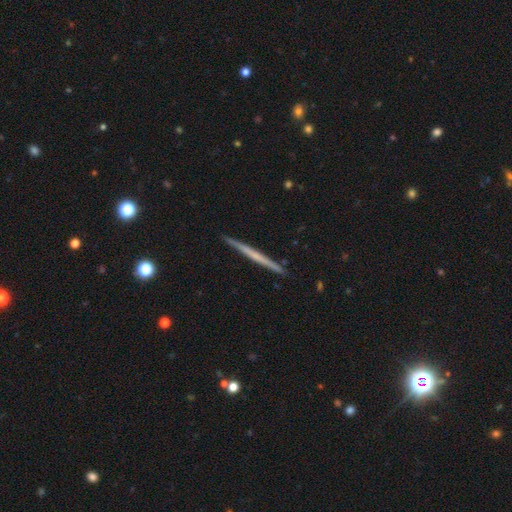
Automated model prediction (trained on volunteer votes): Smooth or featured: featured or disk — 59% (smooth — 36%)
Edge-on disk: yes — 98% (no — 2%)
Edge-on bulge: none — 80% (rounded — 15%)
Merging: none — 92% (minor disturbance — 6%)